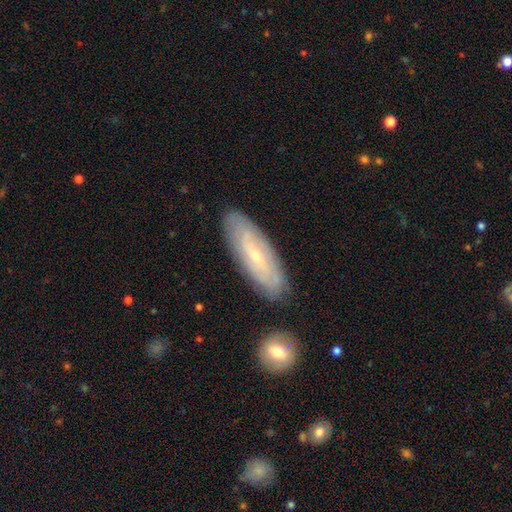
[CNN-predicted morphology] Smooth or featured?
  - featured or disk: 62% *
  - smooth: 31%
  - star or artifact: 7%
Edge-on disk?
  - no: 81% *
  - yes: 19%
Bar?
  - no: 46% *
  - weak: 41%
  - strong: 13%
Spiral arms?
  - yes: 72% *
  - no: 28%
Bulge size?
  - small: 72% *
  - moderate: 24%
  - none: 1%
  - large: 1%
  - dominant: 1%
Merging?
  - none: 83% *
  - minor disturbance: 12%
  - merger: 3%
  - major disturbance: 3%